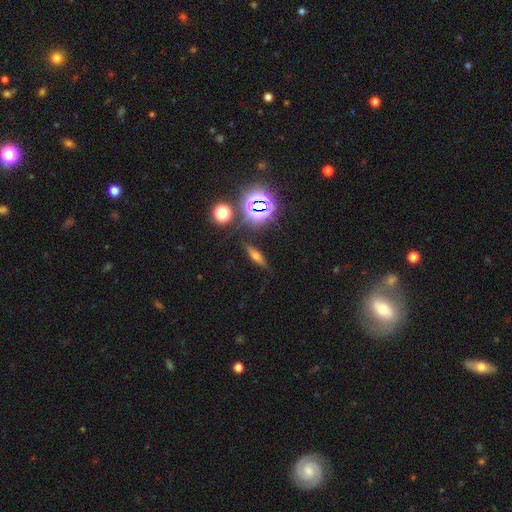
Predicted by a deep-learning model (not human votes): A smooth galaxy with no disk features (48%).

Vote fractions:
- Smooth or featured? smooth: 48% / featured or disk: 28% / star or artifact: 23%
- Merging? none: 83% / minor disturbance: 11% / major disturbance: 3% / merger: 3%